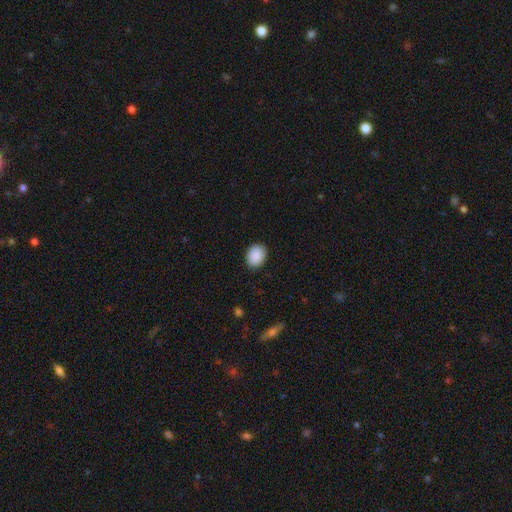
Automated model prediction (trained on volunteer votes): Smooth or featured: smooth — 90% (star or artifact — 7%)
How rounded: in between — 50% (round — 49%)
Merging: none — 89% (minor disturbance — 8%)